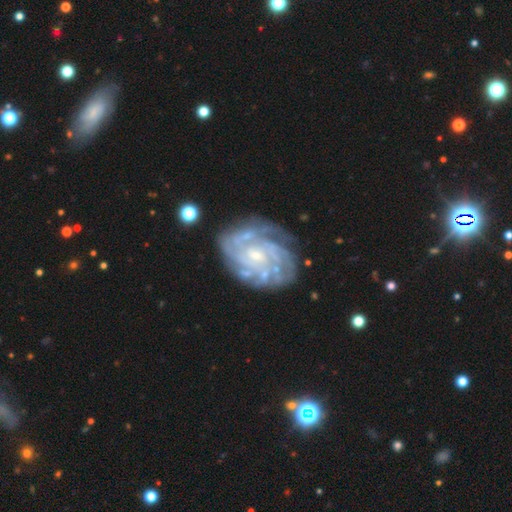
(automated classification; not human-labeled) Overall: featured or disk (87%). Edge-on disk: no (97%). Bar: no (65%; weak 28%). Spiral arms: yes (95%). Spiral arm count: can't tell (38%; 4 19%). Spiral winding: tight (71%). Bulge size: small (67%). Merging: none (71%).